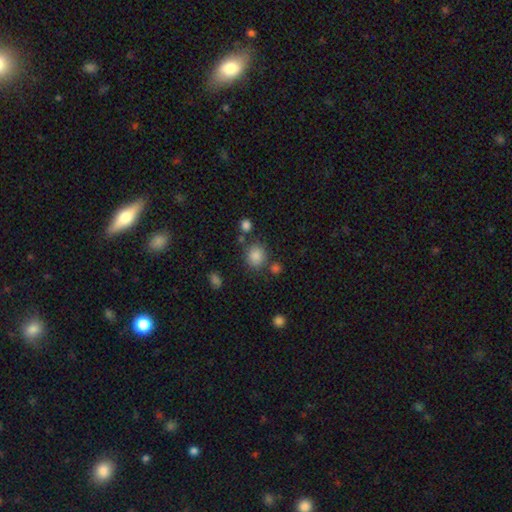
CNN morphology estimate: Smooth or featured? Predicted: smooth (p=0.84). How rounded? Predicted: round (p=0.74). Merging? Predicted: none (p=0.74).